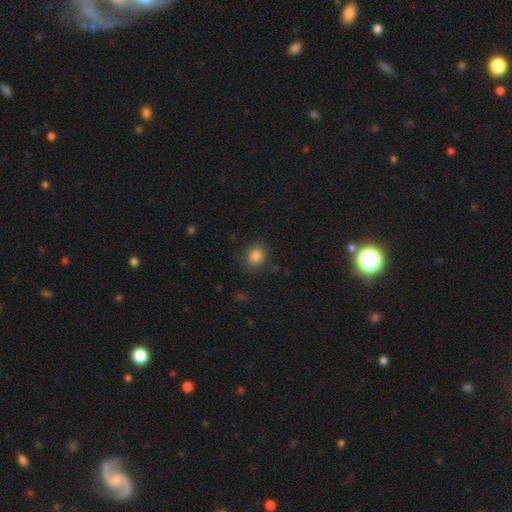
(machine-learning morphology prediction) Smooth or featured? smooth (85%)
How rounded? round (74%)
Merging? none (83%)